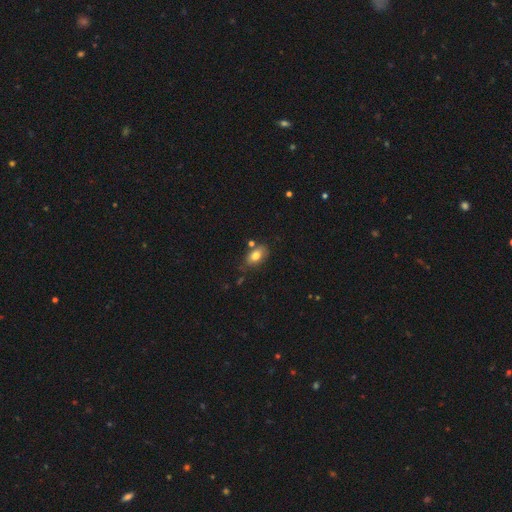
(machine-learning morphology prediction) Smooth or featured: smooth — 76% (featured or disk — 15%)
How rounded: in between — 88% (round — 9%)
Merging: none — 67% (minor disturbance — 20%)